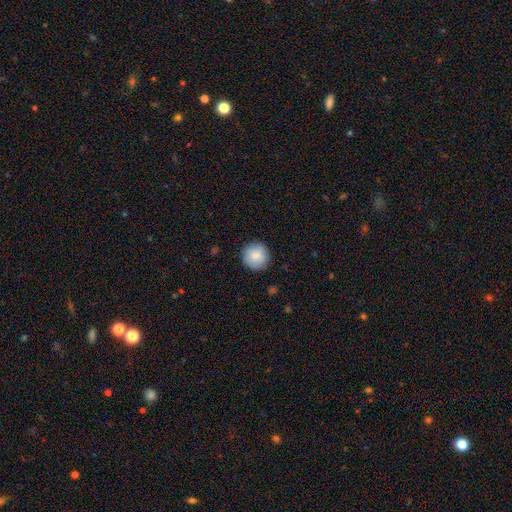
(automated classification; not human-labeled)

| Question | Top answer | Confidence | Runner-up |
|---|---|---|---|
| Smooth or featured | smooth | 87% | star or artifact (7%) |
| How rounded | round | 95% | in between (4%) |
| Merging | none | 90% | minor disturbance (7%) |